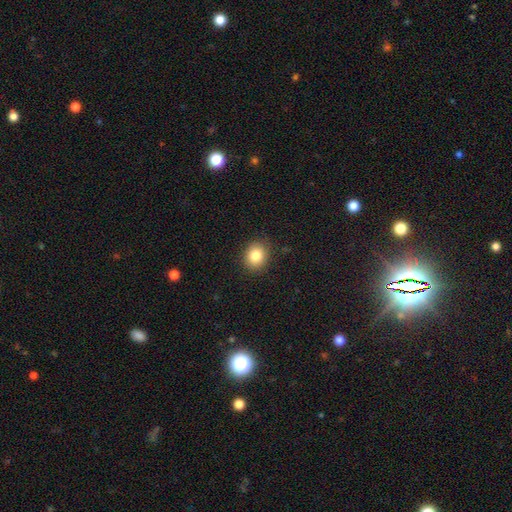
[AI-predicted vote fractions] smooth 83%, star or artifact 10%, featured or disk 7%. Down the decision tree: how rounded — round (68%); merging — none (89%).